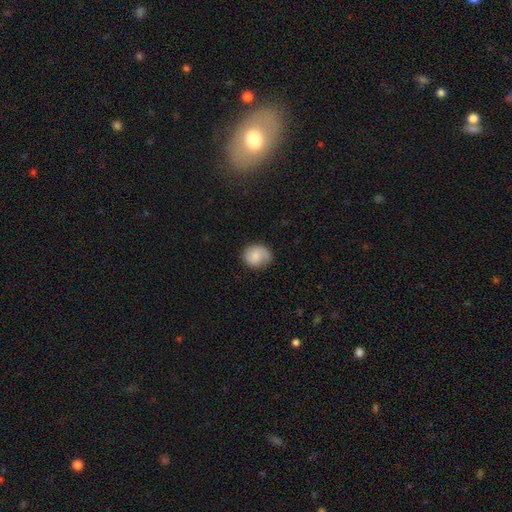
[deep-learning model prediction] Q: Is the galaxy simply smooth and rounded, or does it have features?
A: smooth — 72%.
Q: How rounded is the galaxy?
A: round — 73%.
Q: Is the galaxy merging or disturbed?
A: none — 69%.